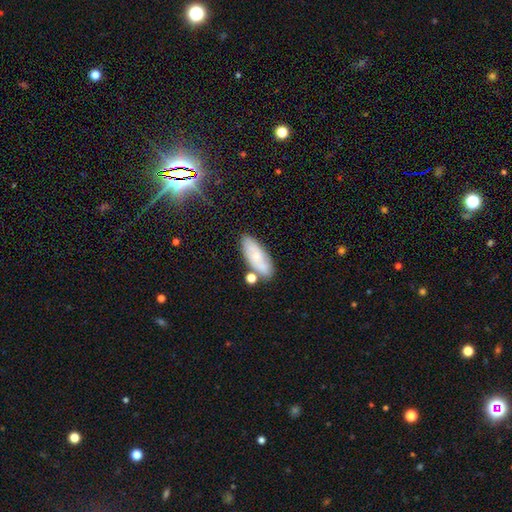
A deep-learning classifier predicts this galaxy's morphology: smooth 61%, featured or disk 32%, star or artifact 7%. Down the decision tree: how rounded — in between (77%); merging — none (68%).